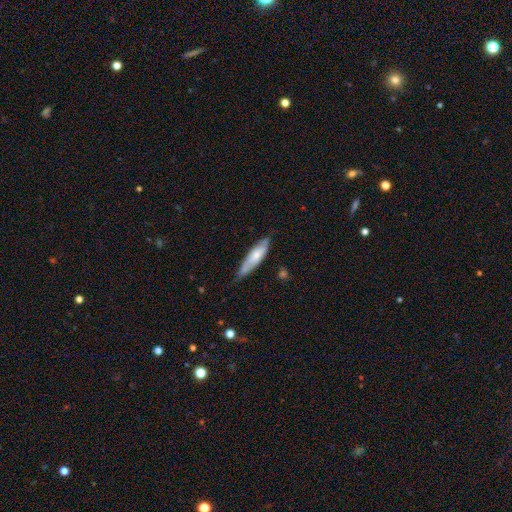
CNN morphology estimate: Smooth or featured? Predicted: smooth (p=0.57). How rounded? Predicted: cigar-shaped (p=0.62). Merging? Predicted: none (p=0.62).